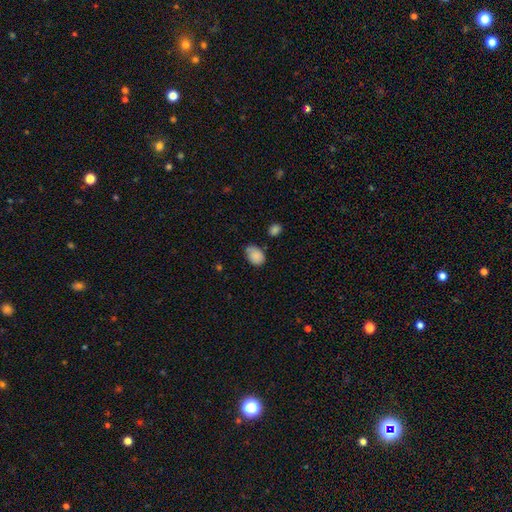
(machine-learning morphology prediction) Smooth or featured?
  - smooth: 86% *
  - star or artifact: 8%
  - featured or disk: 5%
How rounded?
  - in between: 71% *
  - round: 28%
  - cigar-shaped: 1%
Merging?
  - none: 58% *
  - minor disturbance: 30%
  - major disturbance: 6%
  - merger: 6%